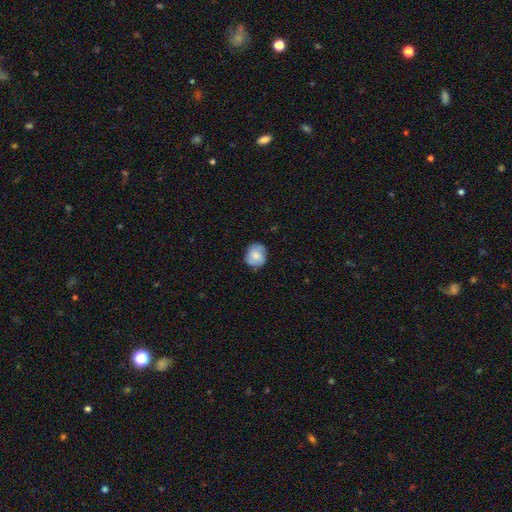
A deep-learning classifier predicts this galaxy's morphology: Q: Smooth or featured?
A: smooth (64%); runner-up: featured or disk (28%)
Q: How rounded?
A: round (79%); runner-up: in between (20%)
Q: Merging?
A: none (77%); runner-up: minor disturbance (17%)